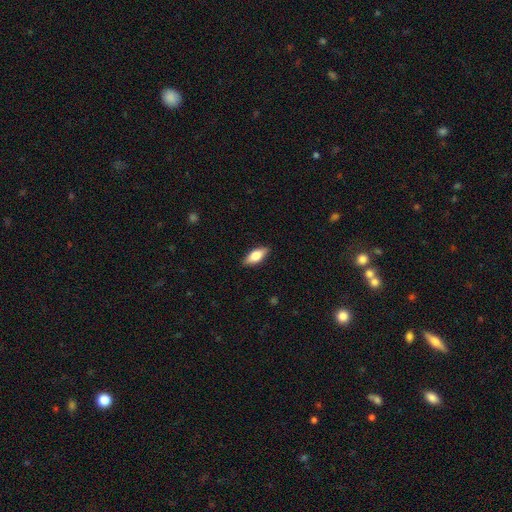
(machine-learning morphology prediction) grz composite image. It shows a smooth galaxy with no disk features (68%) that is in between round and cigar-shaped (77%). Merging: none (88%).